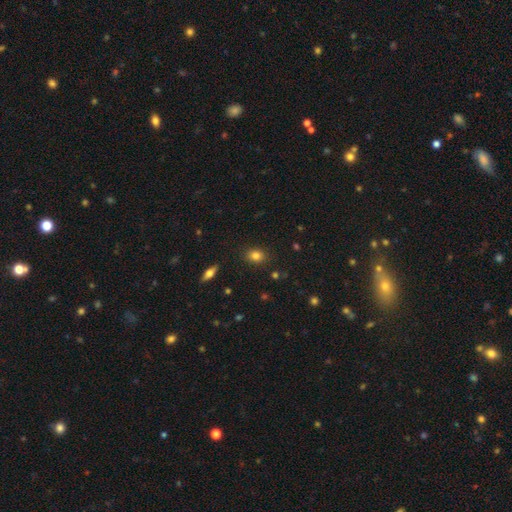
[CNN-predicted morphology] This appears to be a smooth galaxy with no disk features (82%) that is in between round and cigar-shaped (57%). Merging: none (87%).